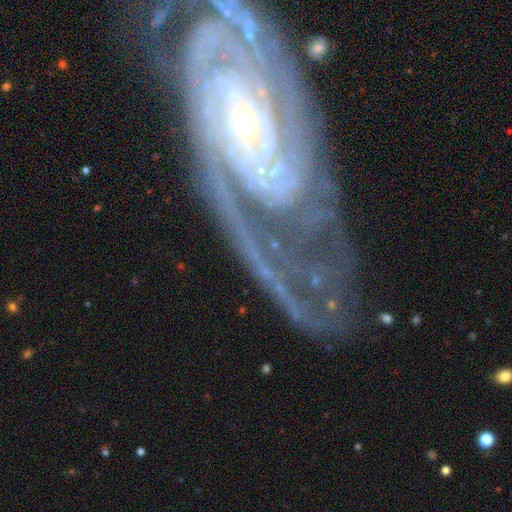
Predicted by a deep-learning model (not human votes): This appears to be a featured or disk galaxy (87%) with no bar (55%), 2 (28%) tight (66%) spiral arms (93%) and a moderate central bulge (48%). Merging: none (54%).